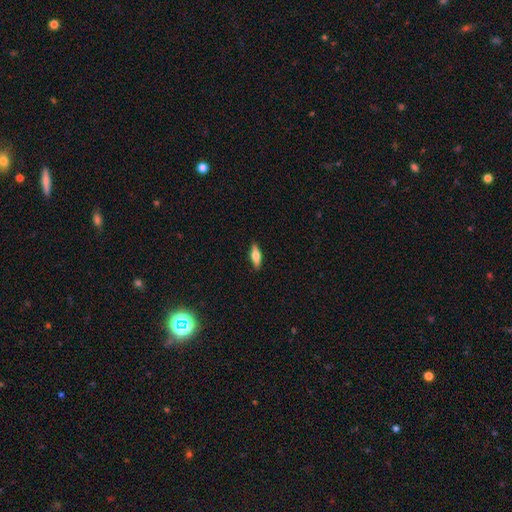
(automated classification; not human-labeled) Smooth or featured: smooth — 61% (featured or disk — 33%)
How rounded: in between — 54% (cigar-shaped — 43%)
Merging: none — 89% (minor disturbance — 8%)